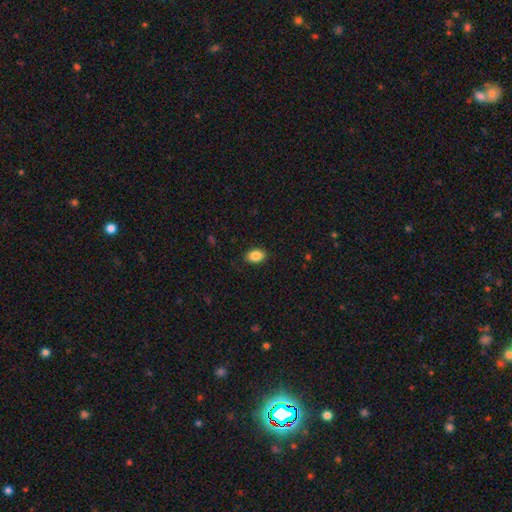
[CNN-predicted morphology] A smooth galaxy with no disk features (87%) that is in between round and cigar-shaped (83%). Merging: none (89%).